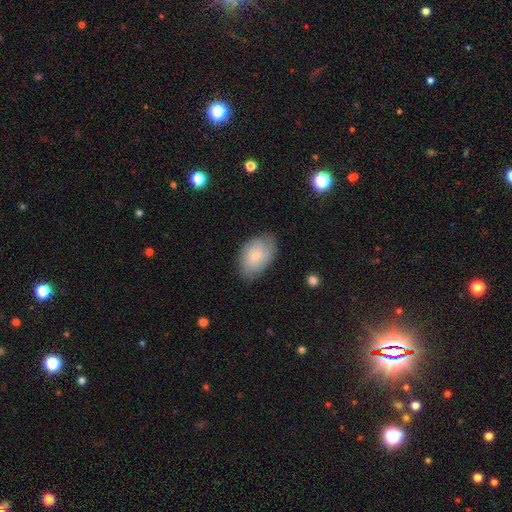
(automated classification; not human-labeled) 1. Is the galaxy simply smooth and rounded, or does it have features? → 67% smooth, 26% featured or disk, 7% star or artifact.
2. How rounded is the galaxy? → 90% in between, 9% round, 1% cigar-shaped.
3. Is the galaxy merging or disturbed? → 72% none, 22% minor disturbance, 5% major disturbance, 1% merger.